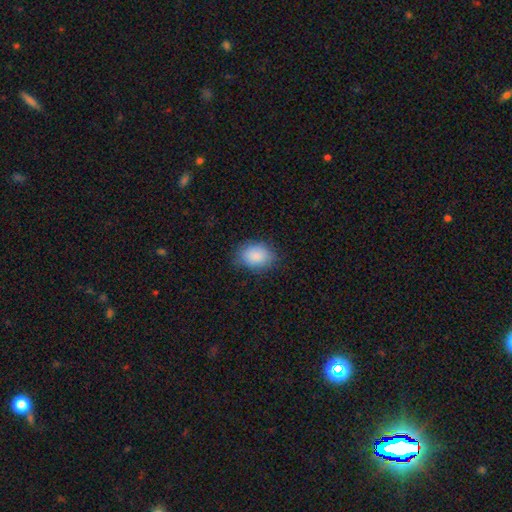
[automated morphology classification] Smooth or featured: smooth — 88% (star or artifact — 7%)
How rounded: in between — 72% (round — 27%)
Merging: none — 80% (minor disturbance — 15%)